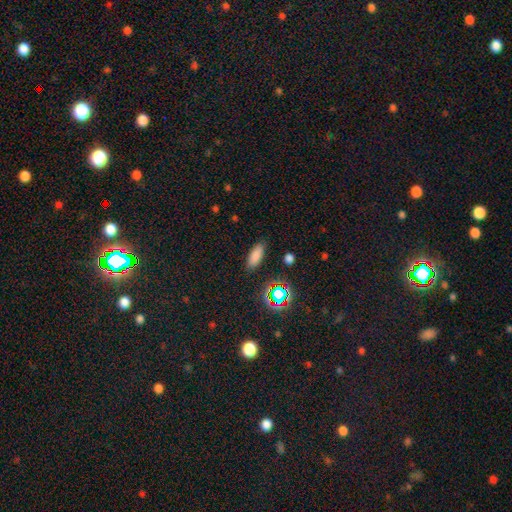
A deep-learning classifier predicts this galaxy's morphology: Smooth or featured? Predicted: smooth (p=0.79). How rounded? Predicted: in between (p=0.73). Merging? Predicted: none (p=0.85).